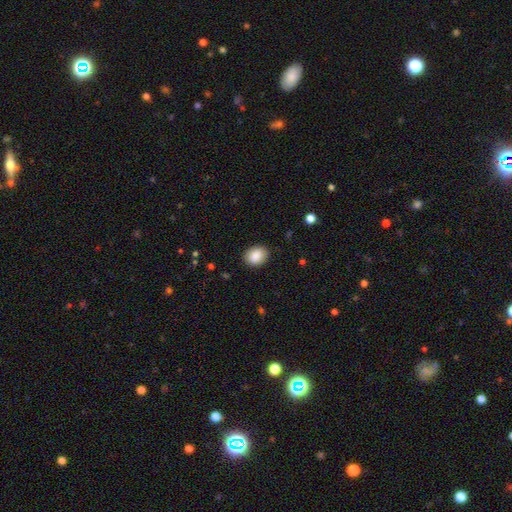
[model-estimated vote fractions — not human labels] Morphology: type=smooth (88%); roundness=in between (54%); merging=none (87%).